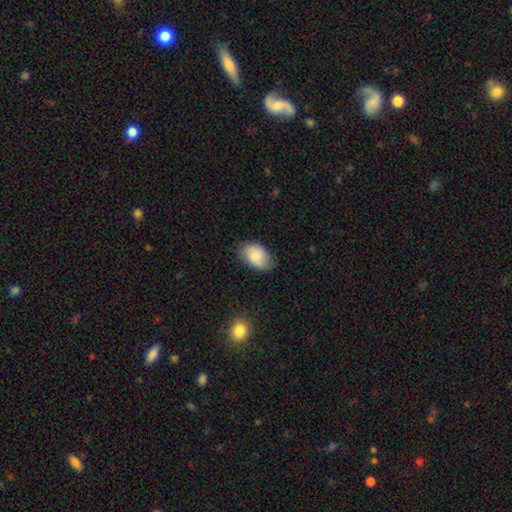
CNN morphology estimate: The model was most divided on "merging": none: 70%, minor disturbance: 24%, major disturbance: 5%, merger: 1%. More confident: how rounded — in between (90%); smooth or featured — smooth (81%).